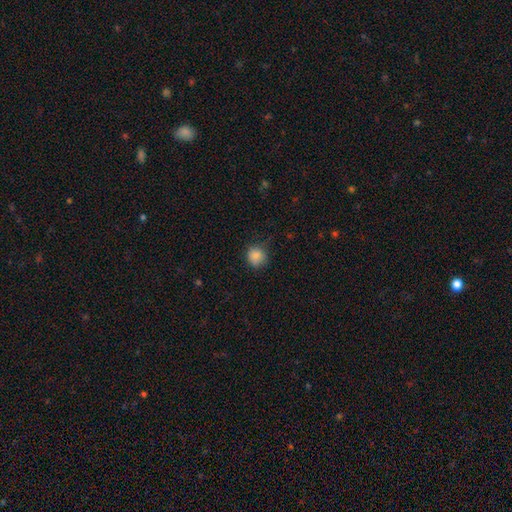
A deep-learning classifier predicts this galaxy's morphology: This appears to be a smooth galaxy with no disk features (85%) that is round (86%). Merging: none (76%).